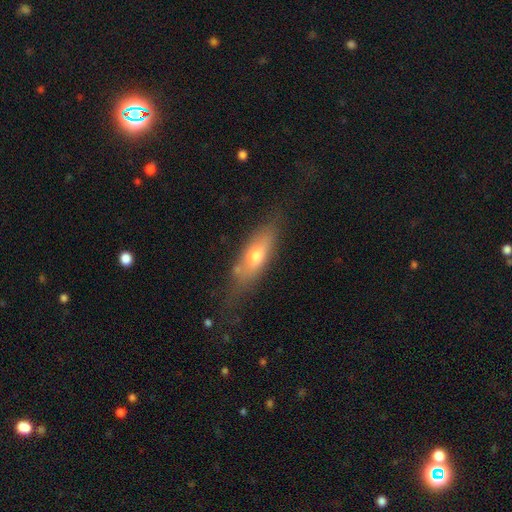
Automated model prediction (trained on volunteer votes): The model was most divided on "how rounded": in between: 51%, cigar-shaped: 45%, round: 3%. More confident: merging — none (65%); smooth or featured — smooth (55%).